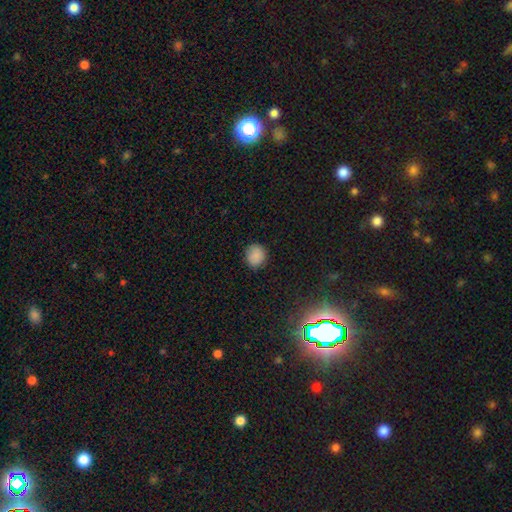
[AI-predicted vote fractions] A smooth galaxy with no disk features (86%) that is round (86%).

Vote fractions:
- Smooth or featured? smooth: 86% / star or artifact: 10% / featured or disk: 4%
- How rounded? round: 86% / in between: 13% / cigar-shaped: 1%
- Merging? none: 88% / minor disturbance: 9% / major disturbance: 2% / merger: 1%